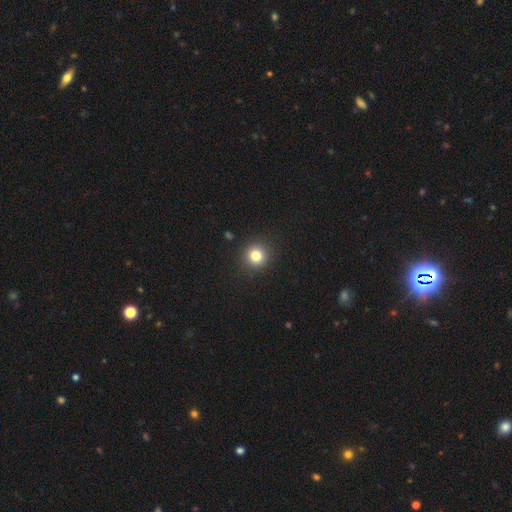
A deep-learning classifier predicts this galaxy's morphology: A smooth galaxy with no disk features (82%) that is round (93%).

Vote fractions:
- Smooth or featured? smooth: 82% / star or artifact: 12% / featured or disk: 6%
- How rounded? round: 93% / in between: 6% / cigar-shaped: 1%
- Merging? none: 91% / minor disturbance: 6% / major disturbance: 2% / merger: 1%